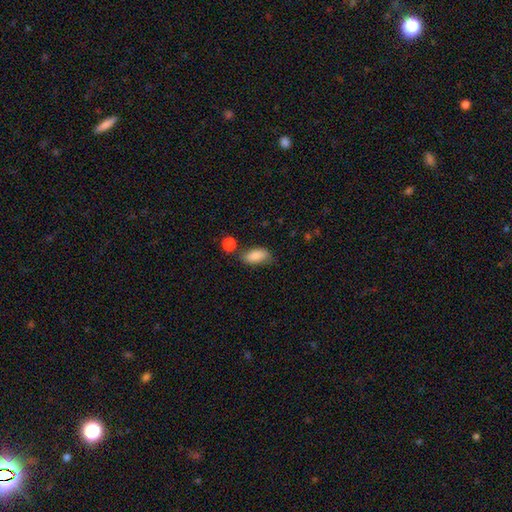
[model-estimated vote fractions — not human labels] This is clearly a smooth galaxy (86%). How rounded: clearly in between (90%). Merging: likely none (64%).